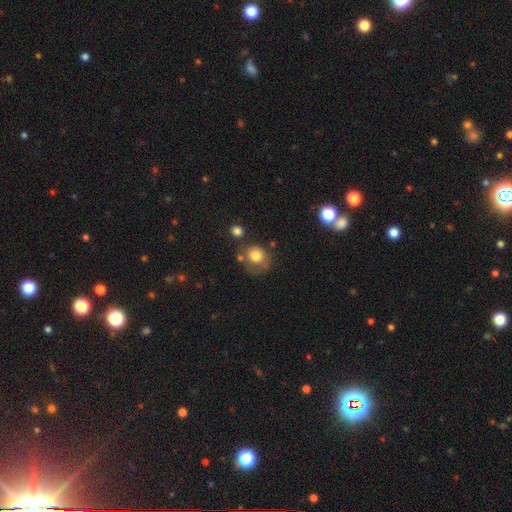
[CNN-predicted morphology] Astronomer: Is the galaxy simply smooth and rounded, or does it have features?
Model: smooth — 75%.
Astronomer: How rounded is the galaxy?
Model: round — 76%.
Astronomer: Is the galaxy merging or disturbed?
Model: none — 46% (runner-up: minor disturbance, 24%).